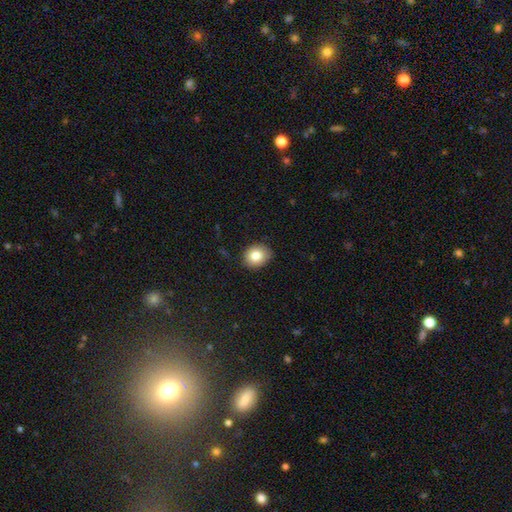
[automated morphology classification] This is clearly a smooth galaxy (81%). How rounded: possibly round (59%). Merging: clearly none (85%).